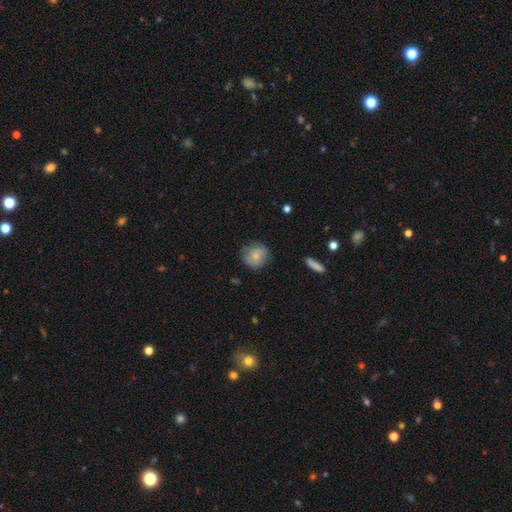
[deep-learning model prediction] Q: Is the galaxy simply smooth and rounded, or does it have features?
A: smooth — 75%.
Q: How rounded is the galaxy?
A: round — 84%.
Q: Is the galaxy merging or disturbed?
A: none — 75%.